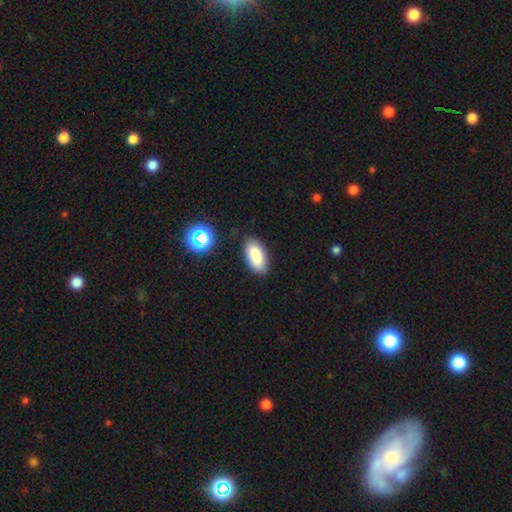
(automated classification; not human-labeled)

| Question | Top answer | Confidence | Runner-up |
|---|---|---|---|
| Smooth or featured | smooth | 85% | star or artifact (9%) |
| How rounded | in between | 91% | cigar-shaped (7%) |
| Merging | none | 85% | minor disturbance (11%) |